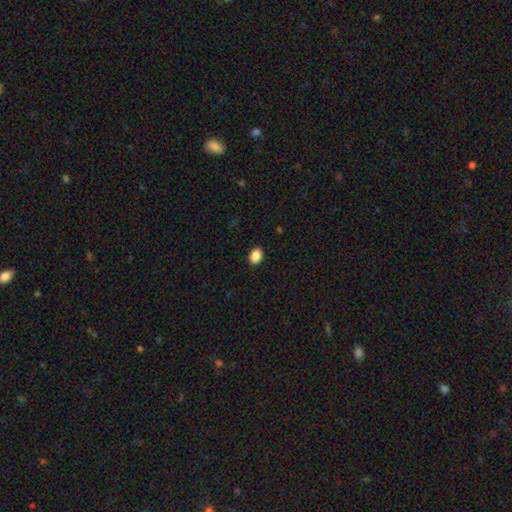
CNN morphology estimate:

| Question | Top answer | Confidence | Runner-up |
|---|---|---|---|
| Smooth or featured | smooth | 88% | star or artifact (9%) |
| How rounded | in between | 71% | round (28%) |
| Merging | none | 90% | minor disturbance (7%) |